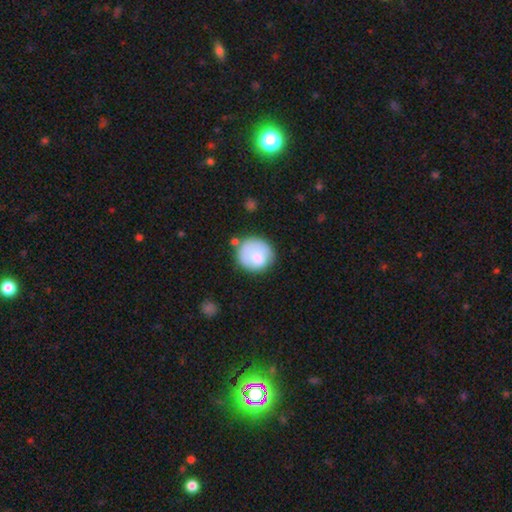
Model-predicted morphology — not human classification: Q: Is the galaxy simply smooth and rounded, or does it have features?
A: smooth — 69%.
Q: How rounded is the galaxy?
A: round — 84%.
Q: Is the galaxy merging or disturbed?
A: none — 64%.